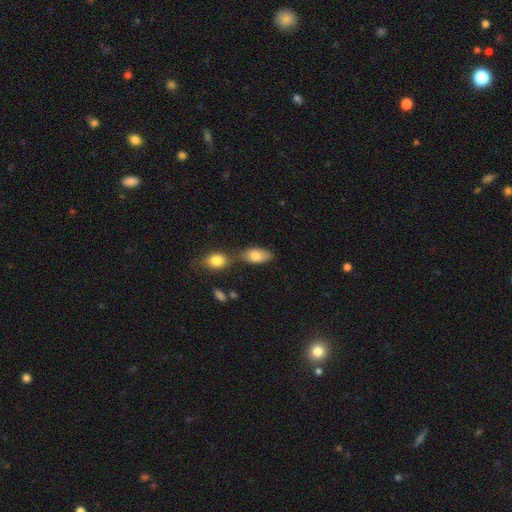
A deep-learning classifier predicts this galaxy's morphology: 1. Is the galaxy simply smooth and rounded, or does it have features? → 81% smooth, 12% featured or disk, 7% star or artifact.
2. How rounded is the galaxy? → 90% in between, 5% round, 5% cigar-shaped.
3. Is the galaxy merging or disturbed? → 47% none, 29% merger, 18% minor disturbance, 6% major disturbance.